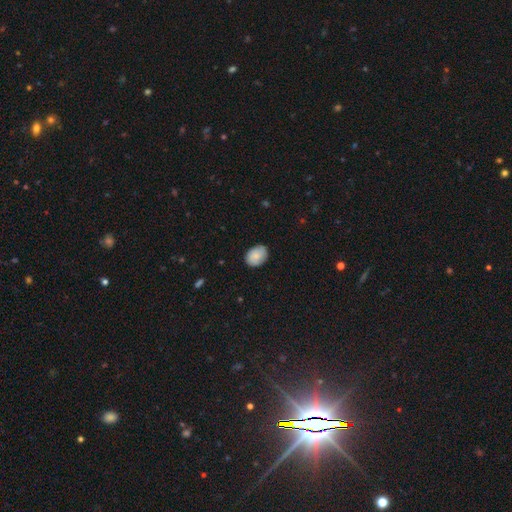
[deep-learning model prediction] A smooth galaxy with no disk features (85%) that is in between round and cigar-shaped (69%). Merging: none (81%).